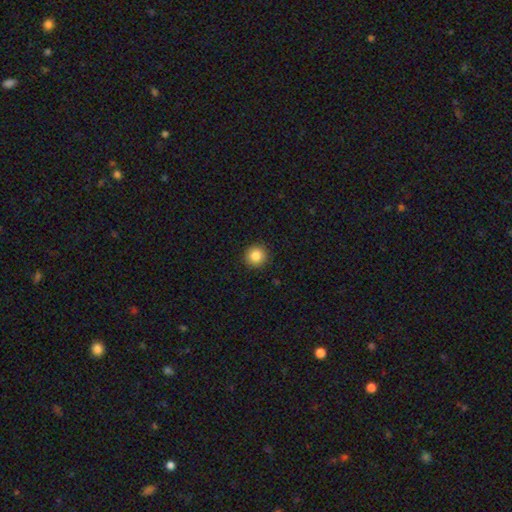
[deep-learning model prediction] The model was most divided on "smooth or featured": smooth: 86%, star or artifact: 10%, featured or disk: 4%. More confident: how rounded — round (94%); merging — none (92%).